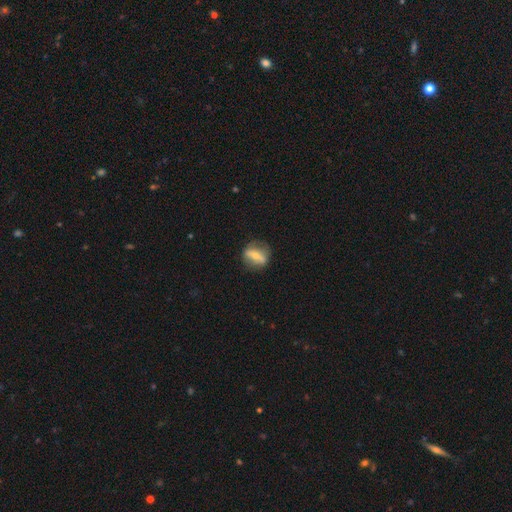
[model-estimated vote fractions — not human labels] Q: Smooth or featured?
A: featured or disk (55%); runner-up: smooth (37%)
Q: Edge-on disk?
A: no (72%); runner-up: yes (28%)
Q: Merging?
A: none (74%); runner-up: minor disturbance (17%)